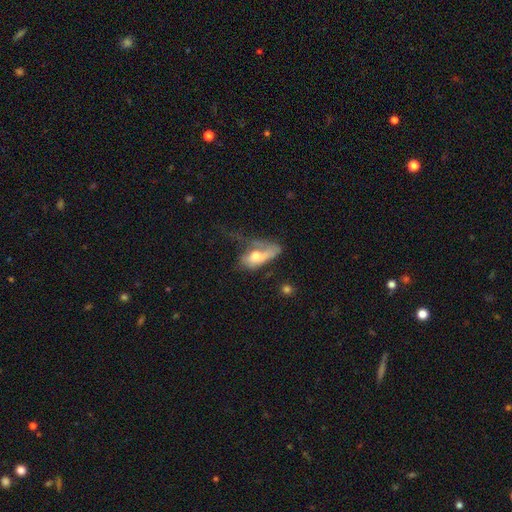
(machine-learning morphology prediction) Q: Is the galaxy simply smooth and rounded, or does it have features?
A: smooth — 54%.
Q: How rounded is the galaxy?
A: in between — 79%.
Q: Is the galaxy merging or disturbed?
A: major disturbance — 55%.